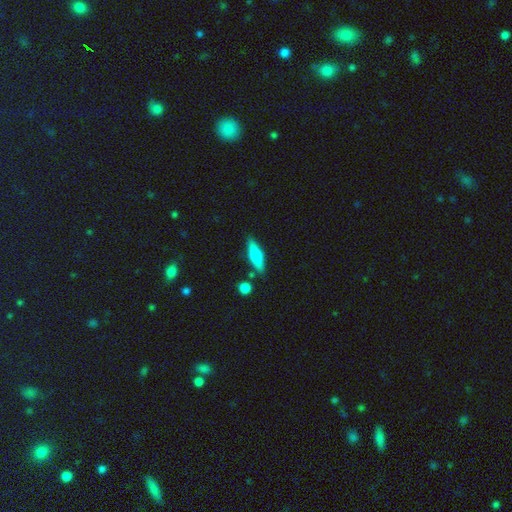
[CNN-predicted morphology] Smooth or featured? Predicted: smooth (p=0.51). How rounded? Predicted: cigar-shaped (p=0.64). Merging? Predicted: none (p=0.82).